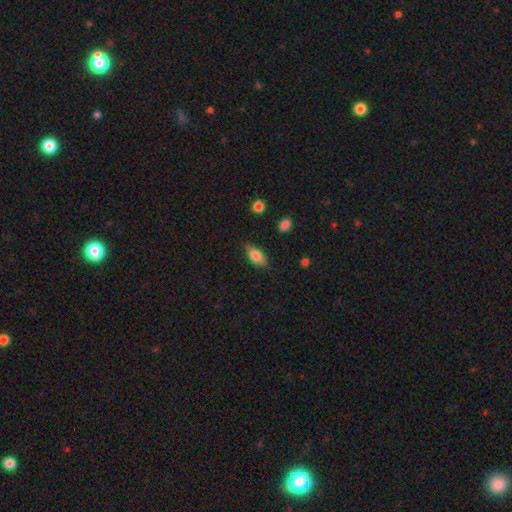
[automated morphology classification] The model was most divided on "merging": none: 74%, minor disturbance: 21%, major disturbance: 4%, merger: 2%. More confident: how rounded — in between (86%); smooth or featured — smooth (79%).